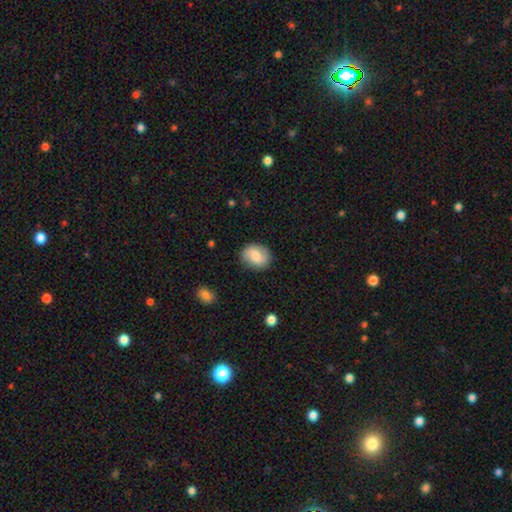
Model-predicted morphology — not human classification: Smooth or featured? Predicted: smooth (p=0.57). How rounded? Predicted: round (p=0.50). Merging? Predicted: none (p=0.81).